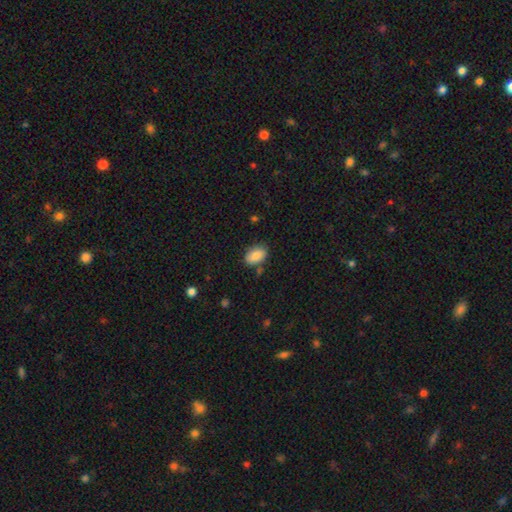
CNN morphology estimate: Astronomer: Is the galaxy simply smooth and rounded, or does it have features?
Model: smooth — 85%.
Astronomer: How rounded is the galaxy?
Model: in between — 90%.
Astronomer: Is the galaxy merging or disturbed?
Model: none — 77%.